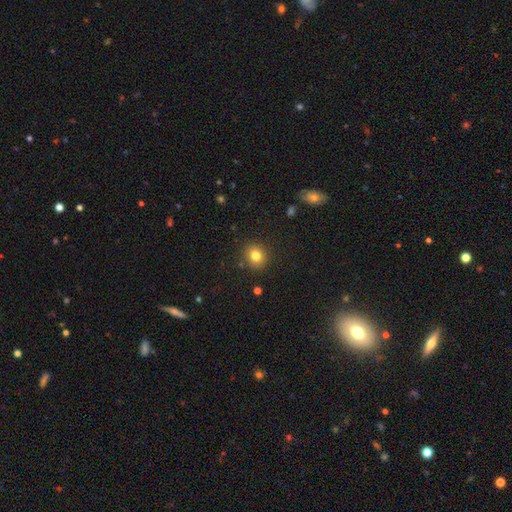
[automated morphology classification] This is clearly a smooth galaxy (81%). How rounded: clearly round (81%). Merging: clearly none (88%).